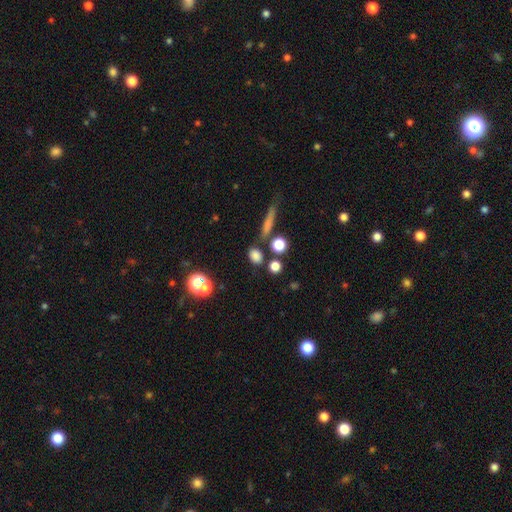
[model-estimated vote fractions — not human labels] Smooth or featured? smooth (78%)
How rounded? in between (48%)
Merging? none (72%)